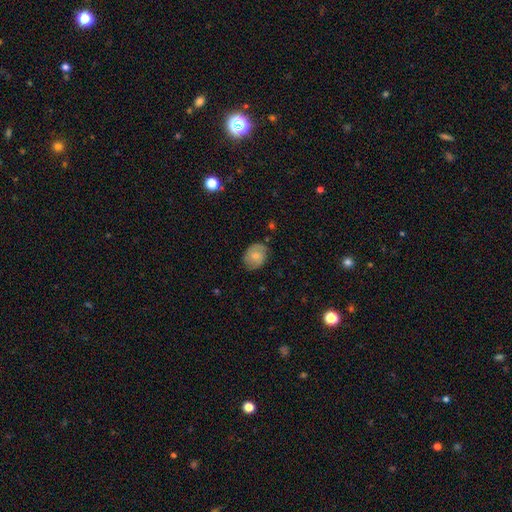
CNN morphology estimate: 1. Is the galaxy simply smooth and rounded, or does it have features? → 64% smooth, 28% featured or disk, 7% star or artifact.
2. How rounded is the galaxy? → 52% in between, 47% round, 1% cigar-shaped.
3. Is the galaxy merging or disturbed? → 74% none, 20% minor disturbance, 4% major disturbance, 1% merger.